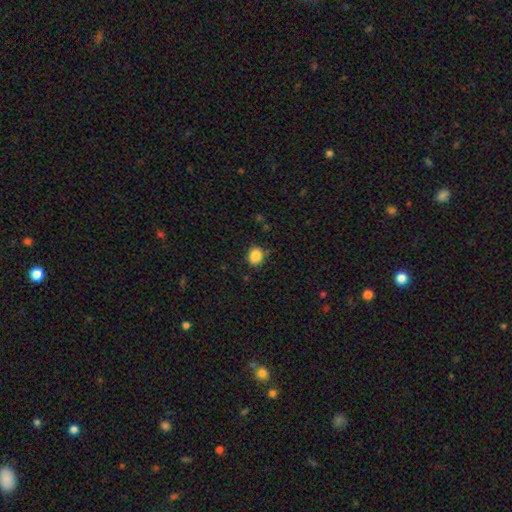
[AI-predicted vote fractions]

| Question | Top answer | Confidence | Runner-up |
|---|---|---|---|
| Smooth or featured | smooth | 86% | star or artifact (10%) |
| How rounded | round | 61% | in between (38%) |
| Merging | none | 80% | minor disturbance (15%) |